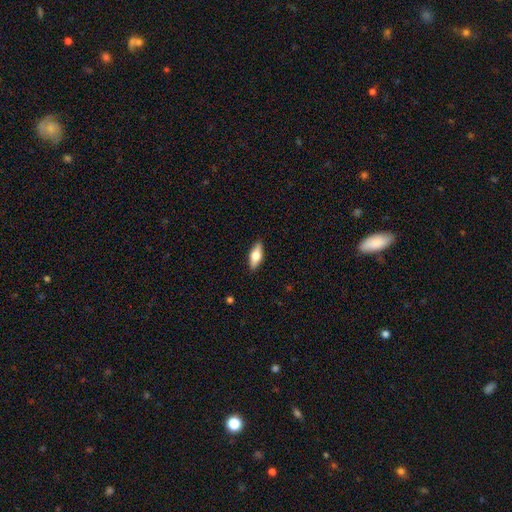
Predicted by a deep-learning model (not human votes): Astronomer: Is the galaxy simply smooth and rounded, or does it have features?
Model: smooth — 64%.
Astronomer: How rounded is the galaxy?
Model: in between — 73%.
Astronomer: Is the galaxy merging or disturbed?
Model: none — 88%.